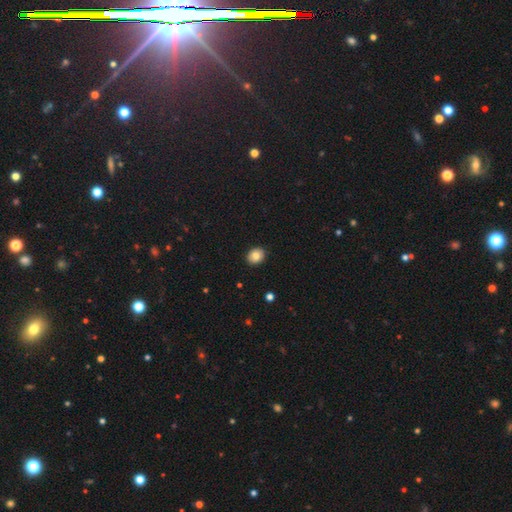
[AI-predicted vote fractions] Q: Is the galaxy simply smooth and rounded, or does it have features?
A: smooth — 82%.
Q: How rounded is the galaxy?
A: round — 54%.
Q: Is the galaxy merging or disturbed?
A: none — 90%.